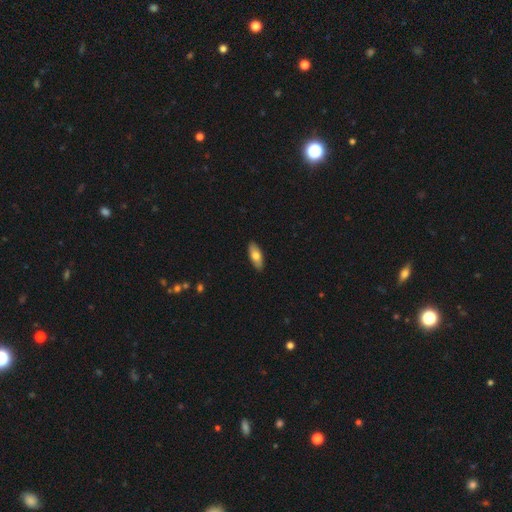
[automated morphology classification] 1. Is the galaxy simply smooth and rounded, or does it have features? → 73% smooth, 21% featured or disk, 6% star or artifact.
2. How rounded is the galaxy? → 75% in between, 22% cigar-shaped, 3% round.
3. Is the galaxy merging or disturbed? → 90% none, 7% minor disturbance, 1% major disturbance, 1% merger.